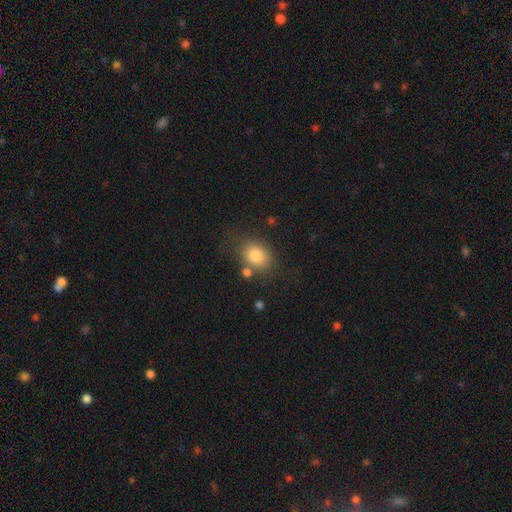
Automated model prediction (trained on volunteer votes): smooth_or_featured: smooth (p=0.82) [alt: star or artifact p=0.10]
how_rounded: in between (p=0.51) [alt: round p=0.48]
merging: none (p=0.70) [alt: minor disturbance p=0.15]